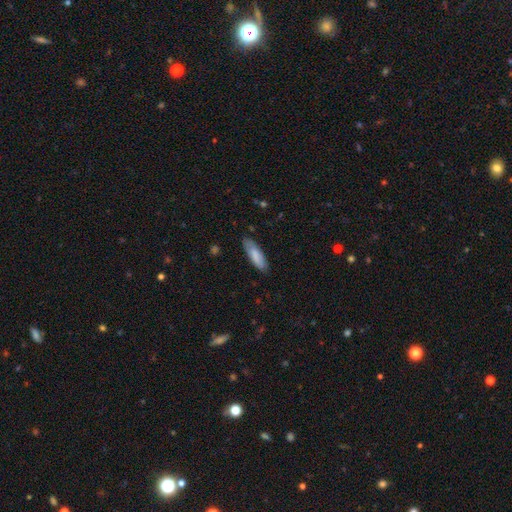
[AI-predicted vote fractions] smooth_or_featured: smooth (p=0.82) [alt: featured or disk p=0.13]
how_rounded: in between (p=0.50) [alt: cigar-shaped p=0.48]
merging: none (p=0.81) [alt: minor disturbance p=0.15]